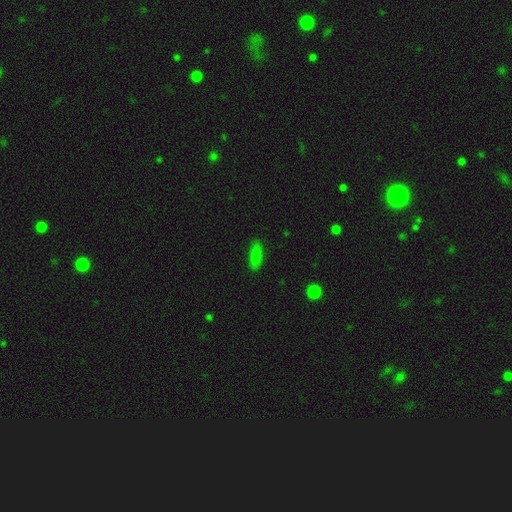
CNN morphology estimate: smooth-or-featured: smooth: 82% | star or artifact: 11% | featured or disk: 7%
  how-rounded: in between: 72% | cigar-shaped: 25% | round: 3%
  merging: none: 83% | minor disturbance: 12% | major disturbance: 3% | merger: 1%